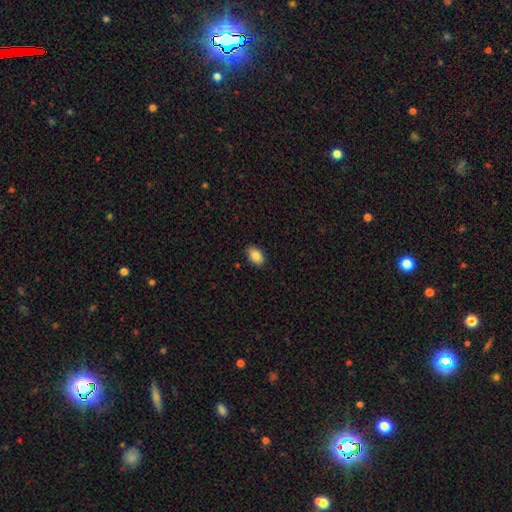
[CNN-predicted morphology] smooth_or_featured: smooth (p=0.86) [alt: star or artifact p=0.08]
how_rounded: in between (p=0.85) [alt: round p=0.14]
merging: none (p=0.89) [alt: minor disturbance p=0.08]